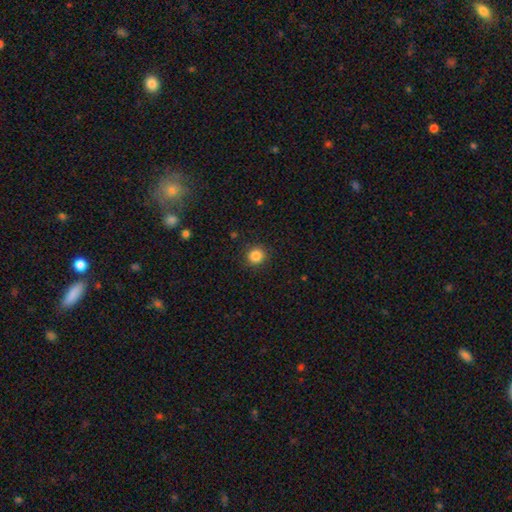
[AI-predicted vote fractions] A smooth galaxy with no disk features (86%) that is round (90%).

Vote fractions:
- Smooth or featured? smooth: 86% / star or artifact: 11% / featured or disk: 4%
- How rounded? round: 90% / in between: 10% / cigar-shaped: 1%
- Merging? none: 90% / minor disturbance: 6% / major disturbance: 2% / merger: 1%